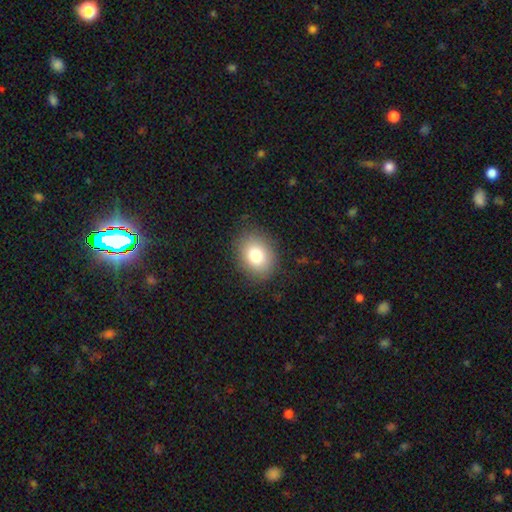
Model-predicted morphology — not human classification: This appears to be a smooth galaxy with no disk features (81%) that is in between round and cigar-shaped (57%). Merging: none (85%).